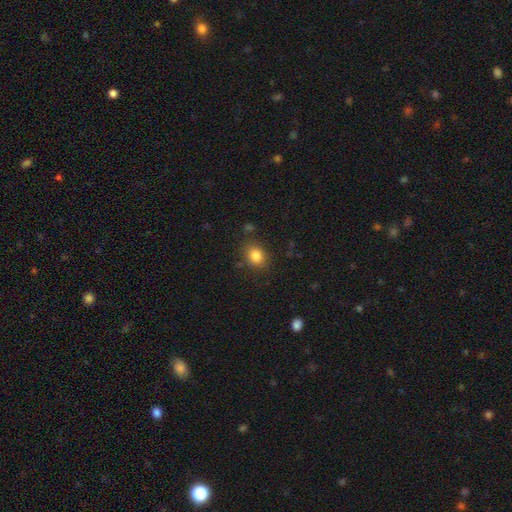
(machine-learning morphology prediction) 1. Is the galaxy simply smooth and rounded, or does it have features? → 84% smooth, 10% star or artifact, 6% featured or disk.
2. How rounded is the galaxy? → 52% in between, 47% round, 1% cigar-shaped.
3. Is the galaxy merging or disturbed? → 81% none, 12% minor disturbance, 4% major disturbance, 3% merger.